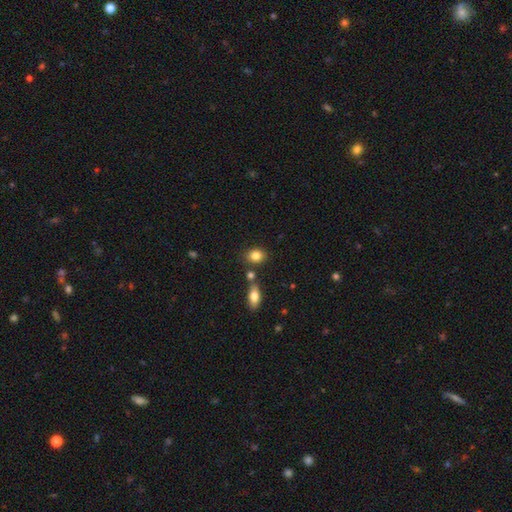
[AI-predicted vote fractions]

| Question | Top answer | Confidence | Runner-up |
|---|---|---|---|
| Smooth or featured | smooth | 84% | star or artifact (9%) |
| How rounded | in between | 51% | round (47%) |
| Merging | none | 74% | merger (12%) |